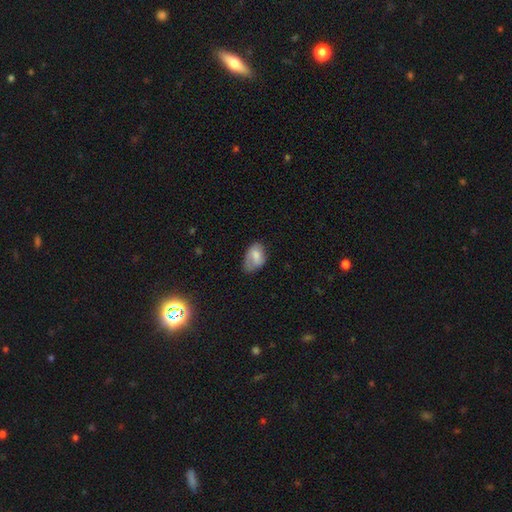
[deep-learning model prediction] This appears to be a smooth galaxy with no disk features (72%) that is in between round and cigar-shaped (87%). Merging: none (43%).